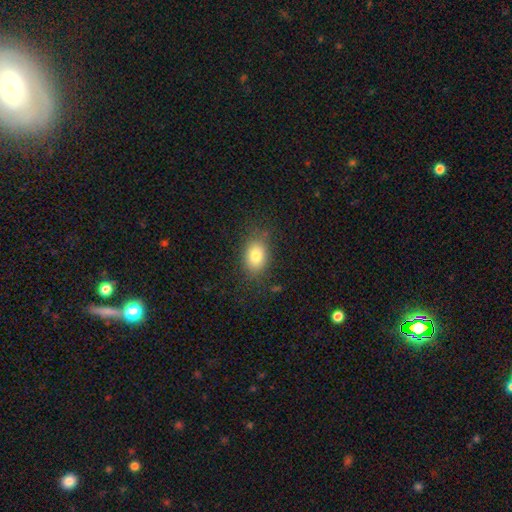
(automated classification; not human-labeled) smooth_or_featured: smooth (p=0.81) [alt: star or artifact p=0.09]
how_rounded: in between (p=0.77) [alt: round p=0.22]
merging: none (p=0.78) [alt: minor disturbance p=0.15]